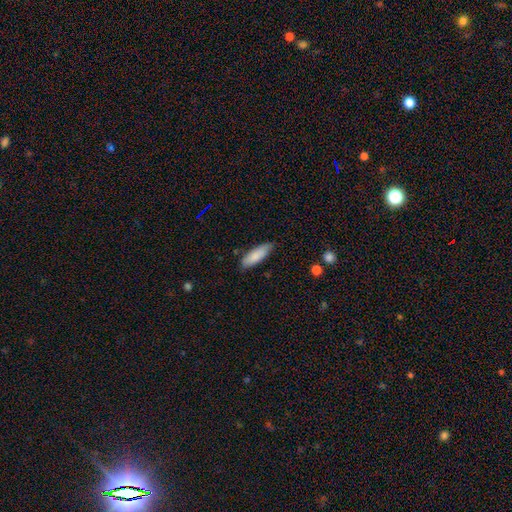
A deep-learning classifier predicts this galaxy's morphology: This appears to be a smooth galaxy with no disk features (84%) that is in between round and cigar-shaped (56%). Merging: none (80%).